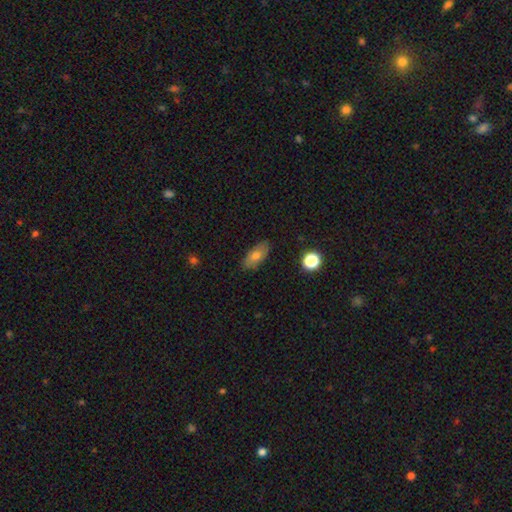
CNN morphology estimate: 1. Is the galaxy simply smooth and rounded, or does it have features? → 72% smooth, 19% featured or disk, 9% star or artifact.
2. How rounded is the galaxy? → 84% in between, 11% cigar-shaped, 5% round.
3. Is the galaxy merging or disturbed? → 83% none, 13% minor disturbance, 3% major disturbance, 1% merger.